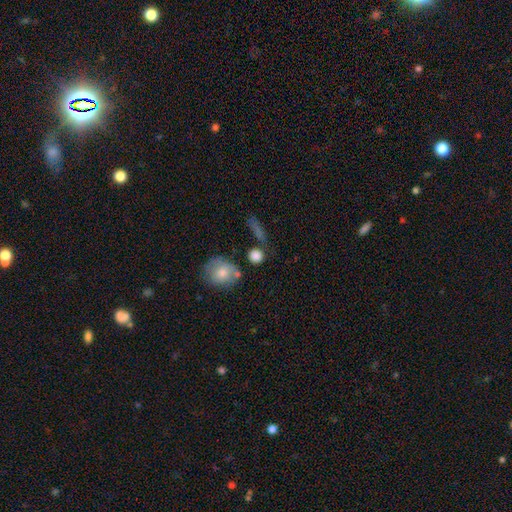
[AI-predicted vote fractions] Smooth or featured: smooth — 82% (star or artifact — 9%)
How rounded: round — 84% (in between — 14%)
Merging: none — 63% (merger — 16%)